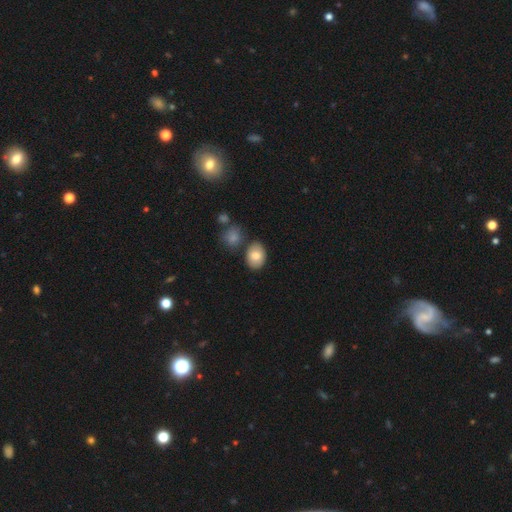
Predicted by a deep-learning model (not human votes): smooth 82%, featured or disk 11%, star or artifact 7%. Down the decision tree: how rounded — in between (79%); merging — none (74%).